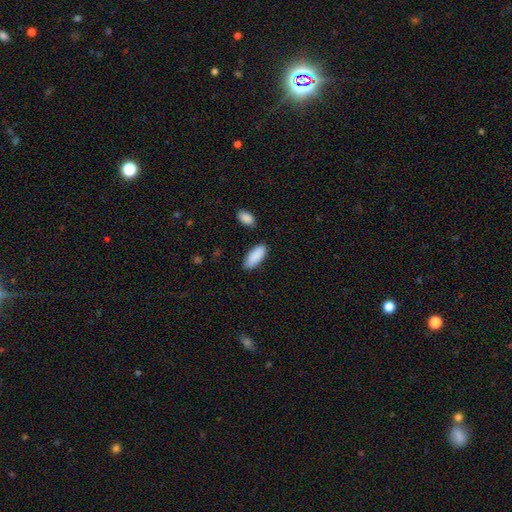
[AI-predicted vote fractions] Morphology: type=smooth (90%); roundness=in between (79%); merging=none (83%).